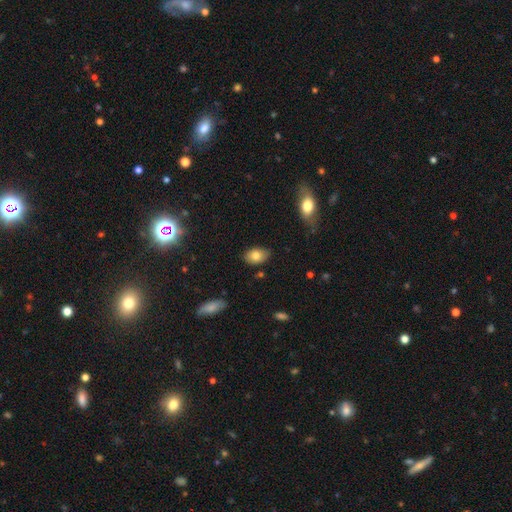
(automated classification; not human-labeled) smooth-or-featured: smooth: 80% | featured or disk: 12% | star or artifact: 8%
  how-rounded: in between: 87% | round: 11% | cigar-shaped: 1%
  merging: none: 83% | minor disturbance: 13% | major disturbance: 2% | merger: 2%